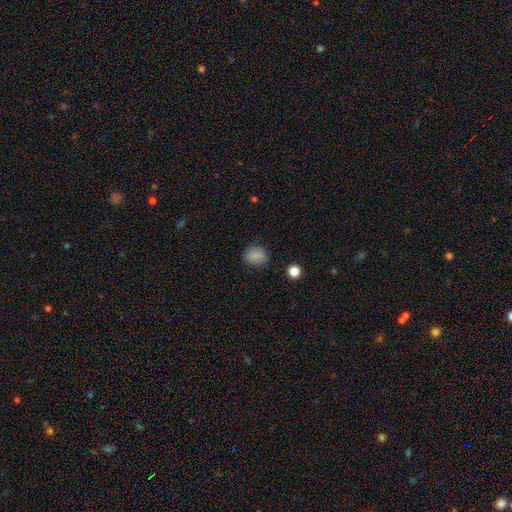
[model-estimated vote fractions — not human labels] Smooth or featured?
  - smooth: 82% *
  - star or artifact: 11%
  - featured or disk: 7%
How rounded?
  - round: 59% *
  - in between: 40%
  - cigar-shaped: 2%
Merging?
  - none: 80% *
  - minor disturbance: 14%
  - major disturbance: 4%
  - merger: 2%